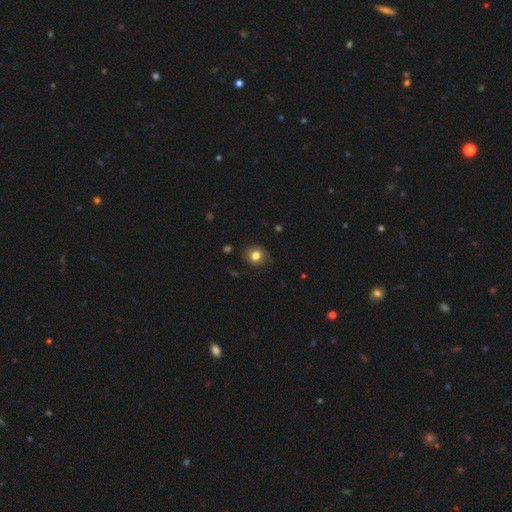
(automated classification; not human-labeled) Q: Smooth or featured?
A: smooth (80%); runner-up: star or artifact (11%)
Q: How rounded?
A: round (78%); runner-up: in between (21%)
Q: Merging?
A: none (80%); runner-up: minor disturbance (15%)